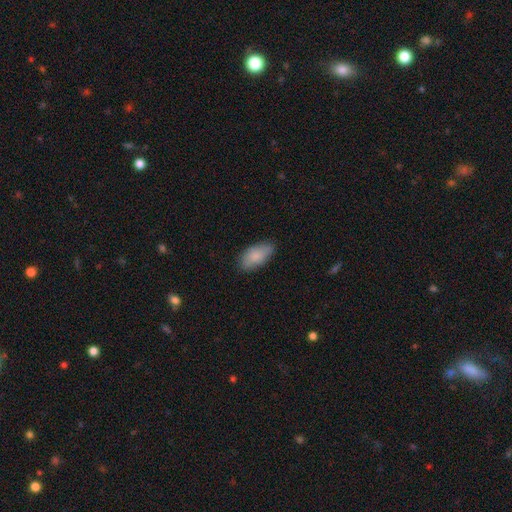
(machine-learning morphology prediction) This appears to be a smooth galaxy with no disk features (83%) that is in between round and cigar-shaped (93%). Merging: none (77%).